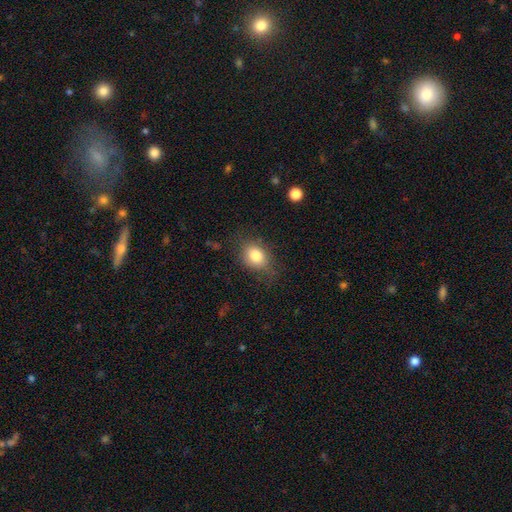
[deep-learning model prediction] Q: Smooth or featured?
A: smooth (81%); runner-up: star or artifact (10%)
Q: How rounded?
A: in between (56%); runner-up: round (43%)
Q: Merging?
A: none (70%); runner-up: minor disturbance (21%)